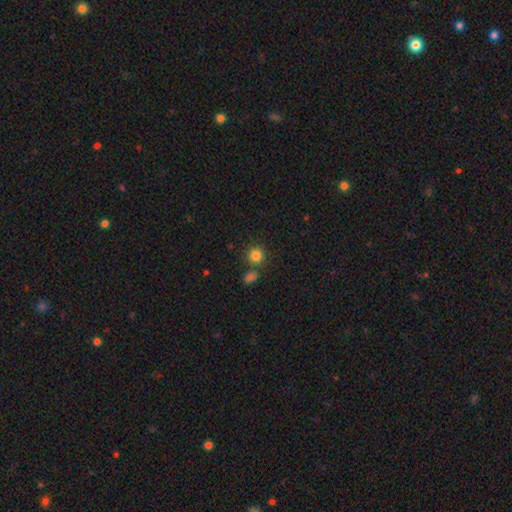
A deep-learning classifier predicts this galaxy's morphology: Smooth or featured? Predicted: smooth (p=0.83). How rounded? Predicted: round (p=0.90). Merging? Predicted: none (p=0.74).